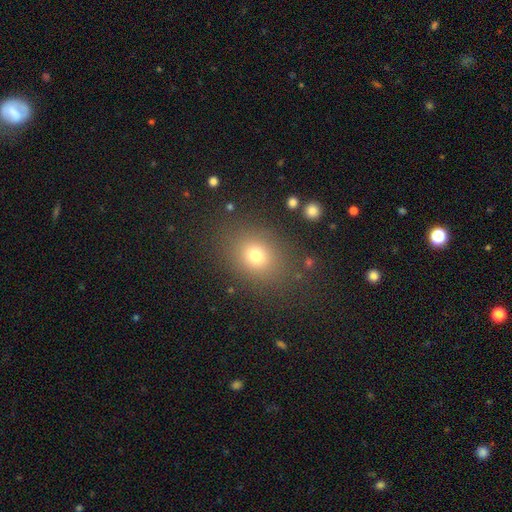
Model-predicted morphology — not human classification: Smooth or featured? smooth (73%)
How rounded? in between (52%)
Merging? none (84%)